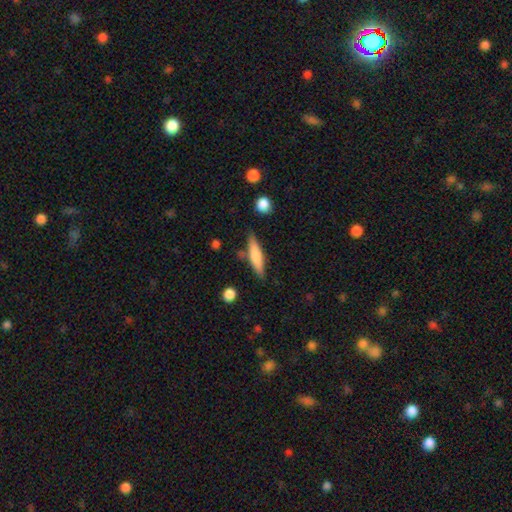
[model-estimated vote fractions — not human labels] Smooth or featured? Predicted: smooth (p=0.66). How rounded? Predicted: cigar-shaped (p=0.79). Merging? Predicted: none (p=0.80).